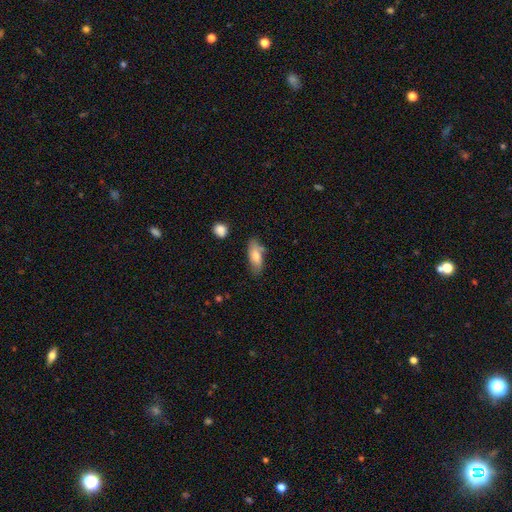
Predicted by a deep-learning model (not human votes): Smooth or featured? Predicted: smooth (p=0.72). How rounded? Predicted: in between (p=0.76). Merging? Predicted: none (p=0.68).